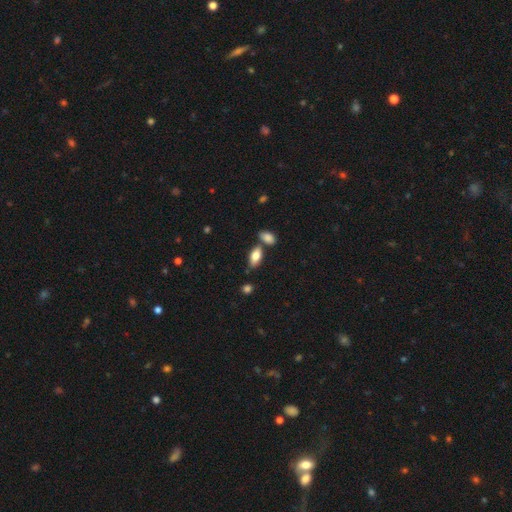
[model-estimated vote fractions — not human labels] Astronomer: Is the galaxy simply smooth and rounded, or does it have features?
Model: smooth — 82%.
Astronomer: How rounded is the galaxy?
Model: in between — 89%.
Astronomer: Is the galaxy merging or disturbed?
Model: none — 63%.